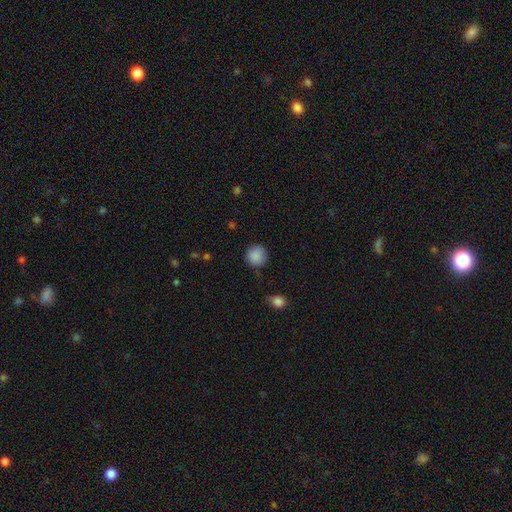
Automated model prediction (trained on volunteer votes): This appears to be a smooth galaxy with no disk features (88%) that is round (93%). Merging: none (81%).